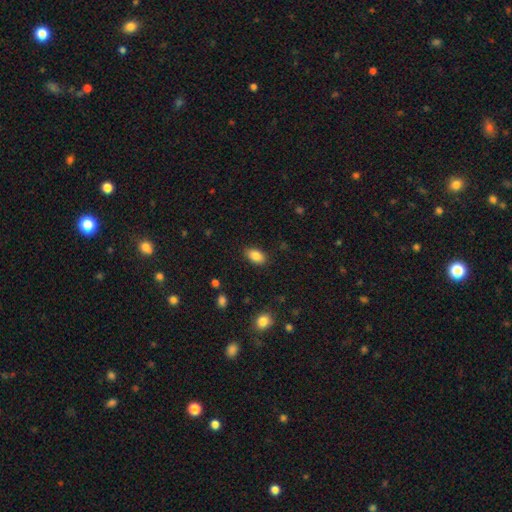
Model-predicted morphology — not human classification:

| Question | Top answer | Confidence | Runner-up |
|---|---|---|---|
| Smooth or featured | smooth | 86% | star or artifact (8%) |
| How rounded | in between | 91% | round (7%) |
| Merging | none | 86% | minor disturbance (10%) |